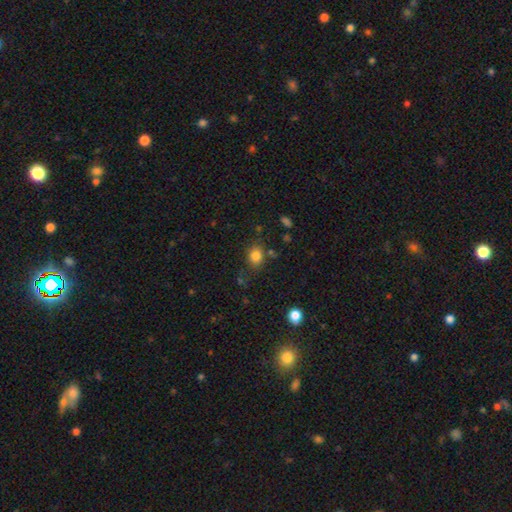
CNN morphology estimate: Q: Smooth or featured?
A: smooth (82%); runner-up: star or artifact (12%)
Q: How rounded?
A: round (50%); runner-up: in between (49%)
Q: Merging?
A: none (75%); runner-up: minor disturbance (15%)